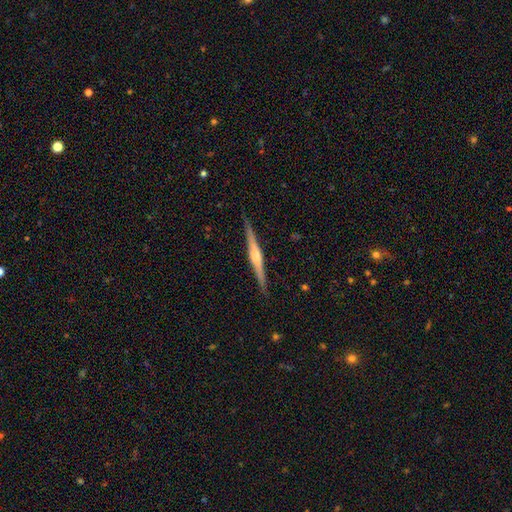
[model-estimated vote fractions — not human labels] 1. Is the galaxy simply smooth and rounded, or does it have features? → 79% featured or disk, 15% smooth, 5% star or artifact.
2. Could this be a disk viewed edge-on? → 98% yes, 2% no.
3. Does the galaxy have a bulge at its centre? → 76% rounded, 16% boxy, 8% none.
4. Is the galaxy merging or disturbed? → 91% none, 7% minor disturbance, 1% major disturbance, 1% merger.